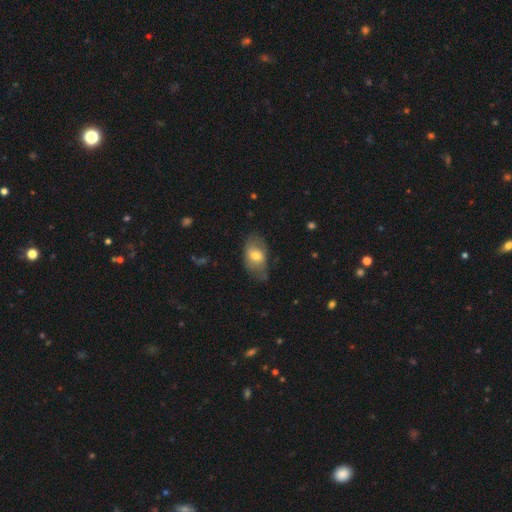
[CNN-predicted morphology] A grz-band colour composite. It shows a smooth galaxy with no disk features (65%) that is in between round and cigar-shaped (89%). Merging: none (58%).